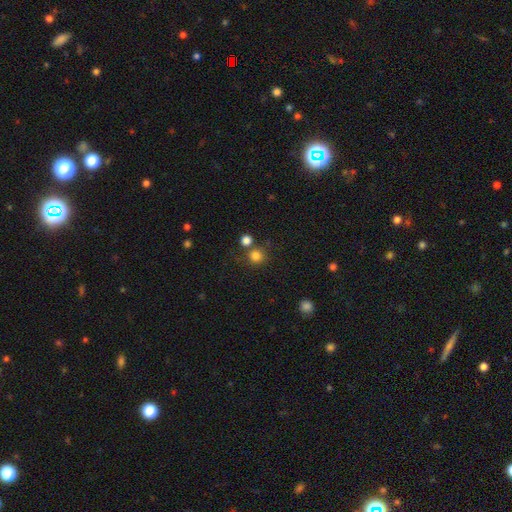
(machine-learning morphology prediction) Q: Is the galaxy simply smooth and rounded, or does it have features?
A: smooth — 81%.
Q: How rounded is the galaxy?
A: round — 92%.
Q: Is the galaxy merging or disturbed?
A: none — 70%.